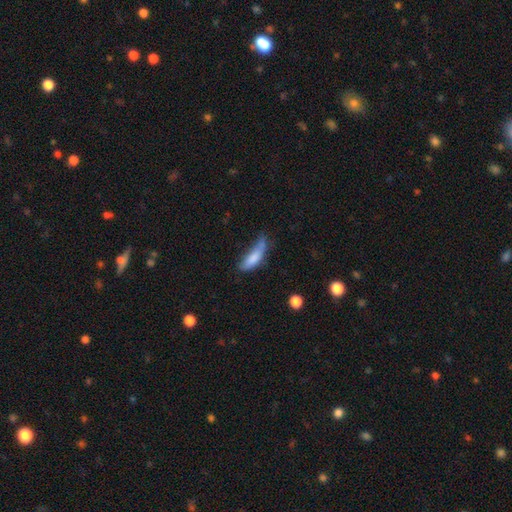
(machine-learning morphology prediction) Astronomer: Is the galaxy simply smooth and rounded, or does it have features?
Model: smooth — 76%.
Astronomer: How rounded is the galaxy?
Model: cigar-shaped — 55% (runner-up: in between, 43%).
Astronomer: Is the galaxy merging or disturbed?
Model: minor disturbance — 37% (runner-up: none, 35%).